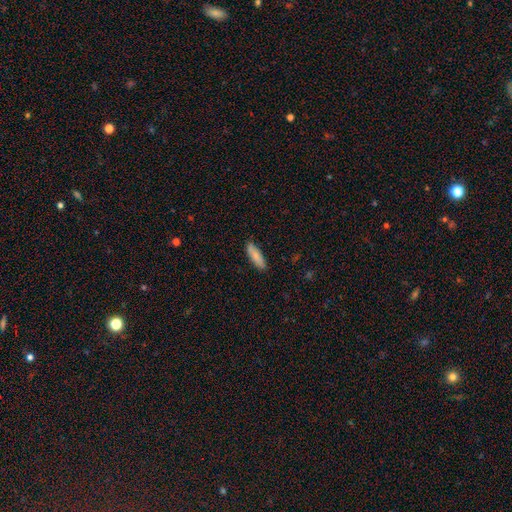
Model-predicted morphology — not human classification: Smooth or featured?
  - smooth: 83% *
  - featured or disk: 12%
  - star or artifact: 6%
How rounded?
  - cigar-shaped: 50% *
  - in between: 48%
  - round: 2%
Merging?
  - none: 87% *
  - minor disturbance: 11%
  - major disturbance: 2%
  - merger: 1%